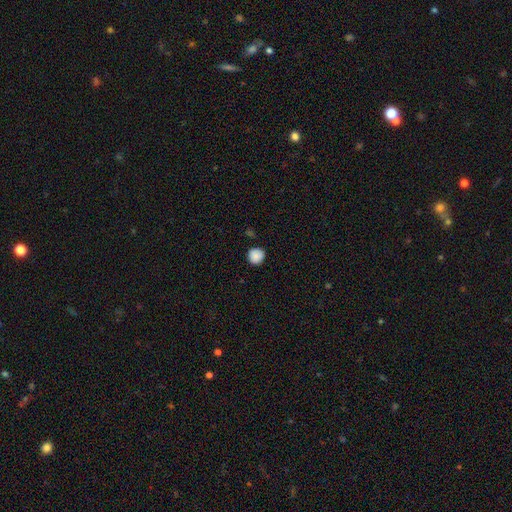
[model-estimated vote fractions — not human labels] smooth 88%, star or artifact 9%, featured or disk 3%. Down the decision tree: how rounded — round (93%); merging — none (88%).